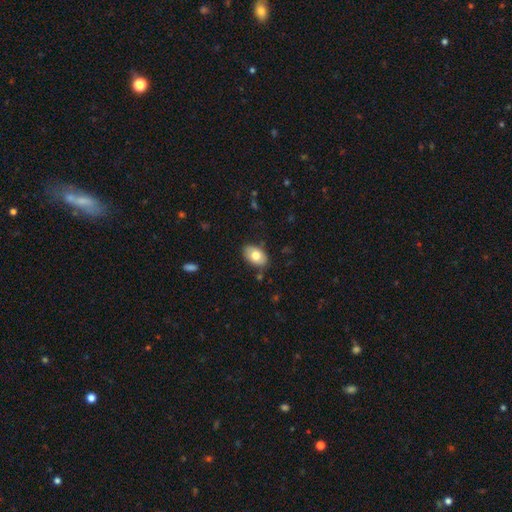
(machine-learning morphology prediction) A smooth galaxy with no disk features (74%) that is in between round and cigar-shaped (87%).

Vote fractions:
- Smooth or featured? smooth: 74% / featured or disk: 19% / star or artifact: 7%
- How rounded? in between: 87% / round: 11% / cigar-shaped: 1%
- Merging? none: 83% / minor disturbance: 12% / major disturbance: 3% / merger: 2%